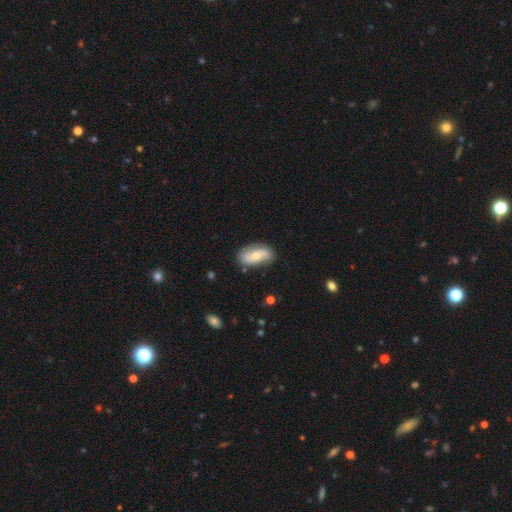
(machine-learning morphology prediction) Smooth or featured? smooth (47%, tied with featured or disk)
Merging? none (76%)